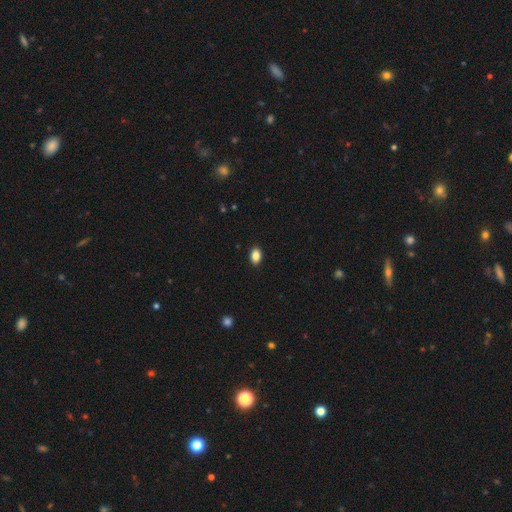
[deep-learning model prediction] Smooth or featured?
  - smooth: 86% *
  - star or artifact: 9%
  - featured or disk: 5%
How rounded?
  - in between: 86% *
  - round: 12%
  - cigar-shaped: 2%
Merging?
  - none: 90% *
  - minor disturbance: 8%
  - major disturbance: 2%
  - merger: 1%